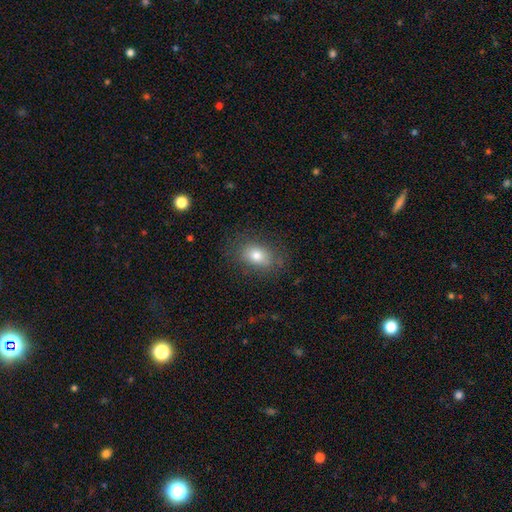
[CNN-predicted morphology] Overall: smooth (78%). How rounded: in between (75%). Merging: none (78%).